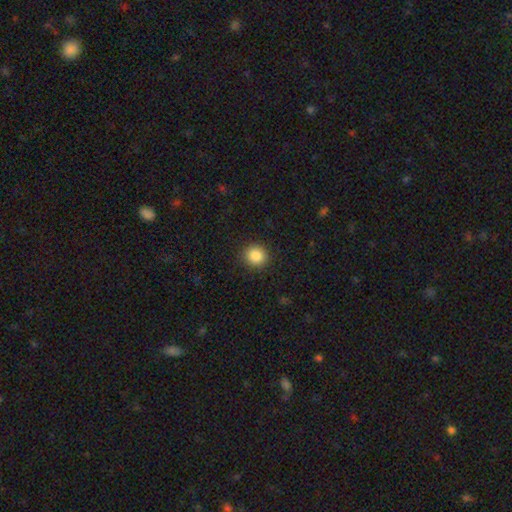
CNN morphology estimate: This appears to be a smooth galaxy with no disk features (86%) that is round (90%). Merging: none (91%).